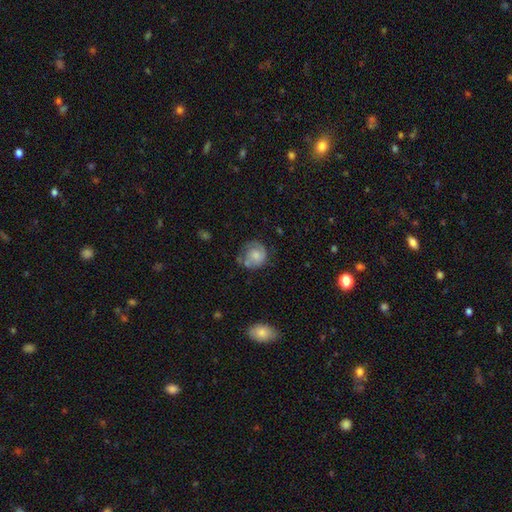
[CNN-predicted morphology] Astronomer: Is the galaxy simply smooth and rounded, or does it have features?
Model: smooth — 54% (runner-up: featured or disk, 38%).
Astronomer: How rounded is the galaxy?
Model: round — 78%.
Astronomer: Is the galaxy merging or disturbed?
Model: none — 51% (runner-up: minor disturbance, 28%).